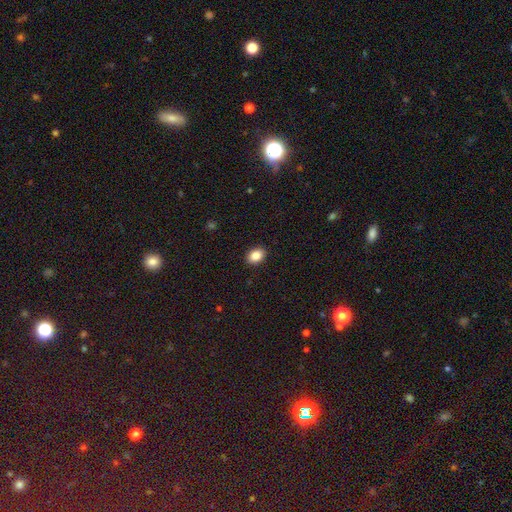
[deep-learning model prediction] A smooth galaxy with no disk features (86%) that is in between round and cigar-shaped (75%). Merging: none (90%).